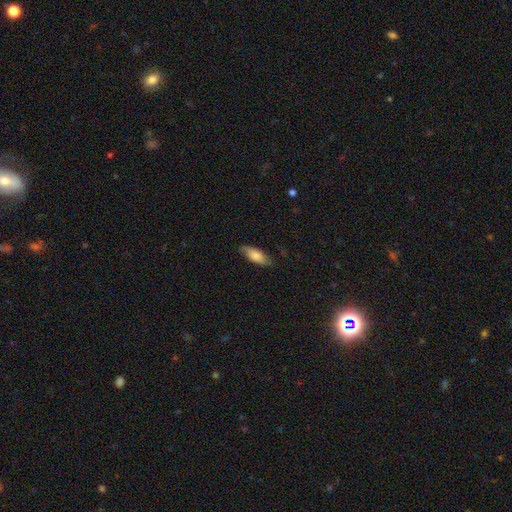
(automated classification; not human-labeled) smooth 74%, featured or disk 20%, star or artifact 6%. Down the decision tree: how rounded — in between (70%); merging — none (80%).